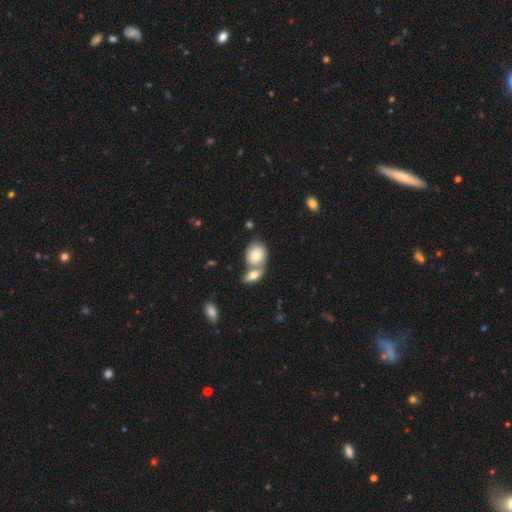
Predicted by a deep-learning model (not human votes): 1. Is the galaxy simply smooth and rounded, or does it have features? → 72% smooth, 21% featured or disk, 7% star or artifact.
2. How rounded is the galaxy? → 66% in between, 32% round, 2% cigar-shaped.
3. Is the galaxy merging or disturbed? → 55% merger, 32% none, 9% minor disturbance, 3% major disturbance.